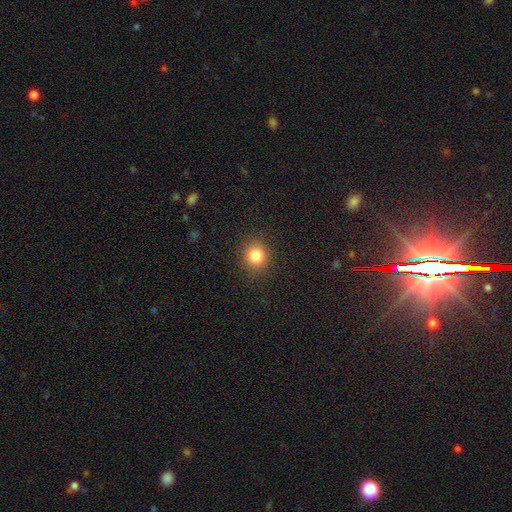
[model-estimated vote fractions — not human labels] A smooth galaxy with no disk features (83%) that is round (84%).

Vote fractions:
- Smooth or featured? smooth: 83% / star or artifact: 12% / featured or disk: 6%
- How rounded? round: 84% / in between: 15% / cigar-shaped: 1%
- Merging? none: 90% / minor disturbance: 7% / major disturbance: 2% / merger: 1%